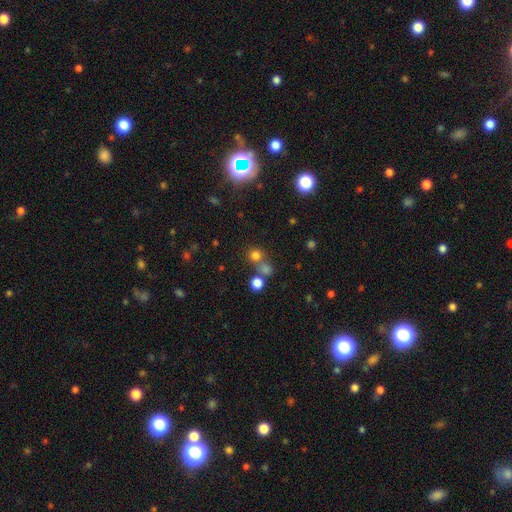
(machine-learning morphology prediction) smooth 71%, star or artifact 21%, featured or disk 7%. Down the decision tree: how rounded — round (89%); merging — none (62%).